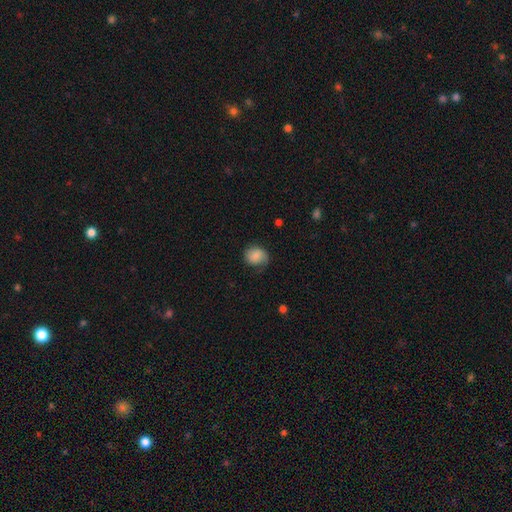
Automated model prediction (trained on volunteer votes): Smooth or featured? smooth (75%)
How rounded? round (65%)
Merging? none (66%)